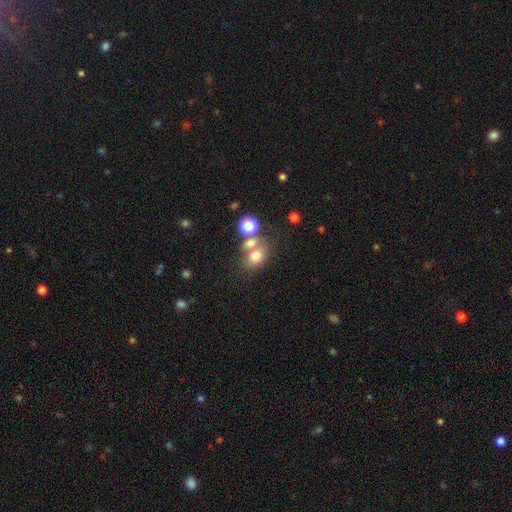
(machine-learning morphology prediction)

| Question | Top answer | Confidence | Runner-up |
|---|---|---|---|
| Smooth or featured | smooth | 73% | star or artifact (14%) |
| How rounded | in between | 55% | round (44%) |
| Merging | none | 46% | merger (37%) |